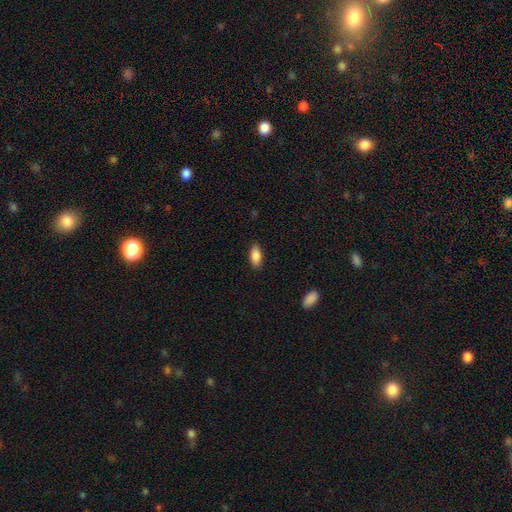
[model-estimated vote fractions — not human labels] The model was most divided on "merging": none: 87%, minor disturbance: 9%, major disturbance: 2%, merger: 1%. More confident: how rounded — in between (88%); smooth or featured — smooth (88%).